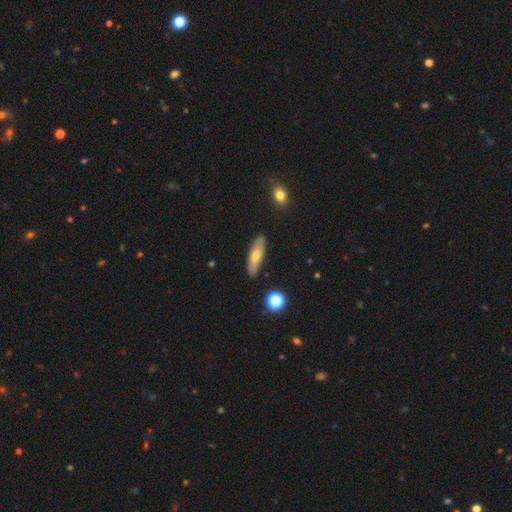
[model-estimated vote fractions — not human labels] Smooth or featured? smooth (61%)
How rounded? cigar-shaped (50%)
Merging? none (86%)